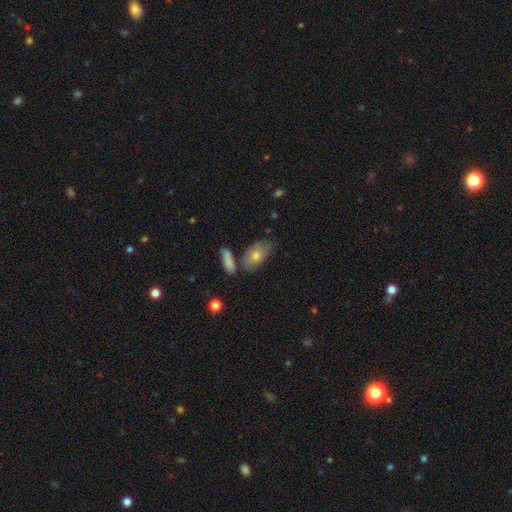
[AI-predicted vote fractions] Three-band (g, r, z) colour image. It shows a smooth galaxy with no disk features (69%) that is in between round and cigar-shaped (87%). Merging: none (62%).